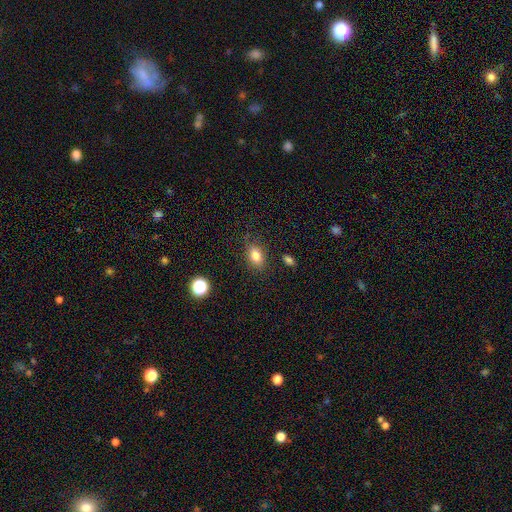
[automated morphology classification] smooth_or_featured: smooth (p=0.82) [alt: star or artifact p=0.10]
how_rounded: in between (p=0.78) [alt: round p=0.20]
merging: none (p=0.83) [alt: minor disturbance p=0.11]